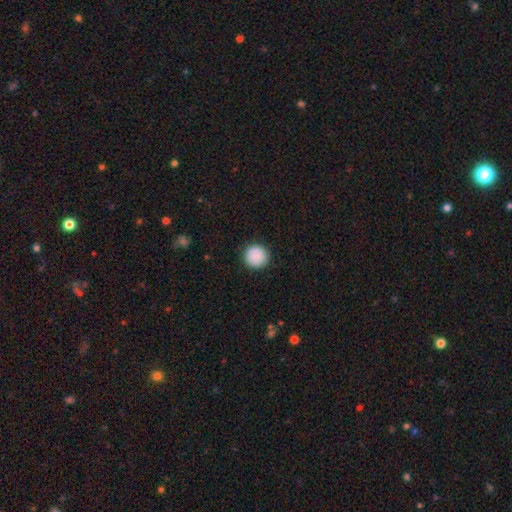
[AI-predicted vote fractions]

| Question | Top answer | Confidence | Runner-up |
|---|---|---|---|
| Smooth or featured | smooth | 89% | star or artifact (7%) |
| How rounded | round | 95% | in between (4%) |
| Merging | none | 91% | minor disturbance (6%) |